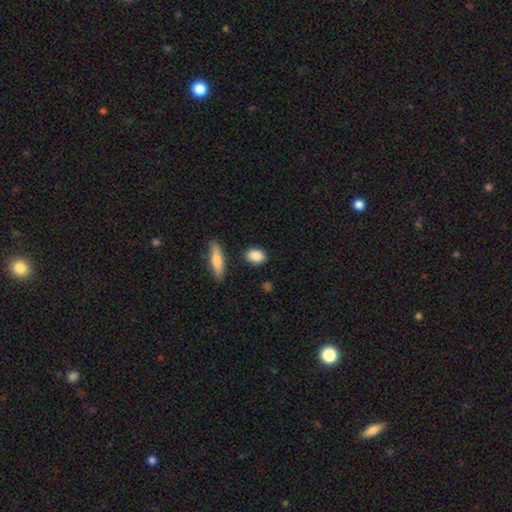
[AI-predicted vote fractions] Q: Smooth or featured?
A: smooth (88%); runner-up: star or artifact (6%)
Q: How rounded?
A: in between (74%); runner-up: round (22%)
Q: Merging?
A: none (85%); runner-up: minor disturbance (9%)